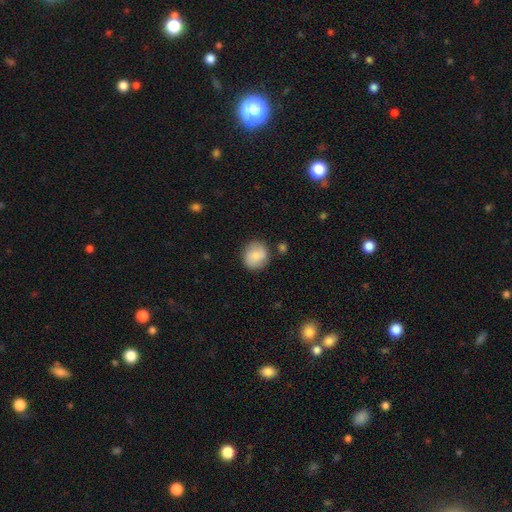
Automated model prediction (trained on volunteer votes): A smooth galaxy with no disk features (81%) that is round (83%). Merging: none (81%).